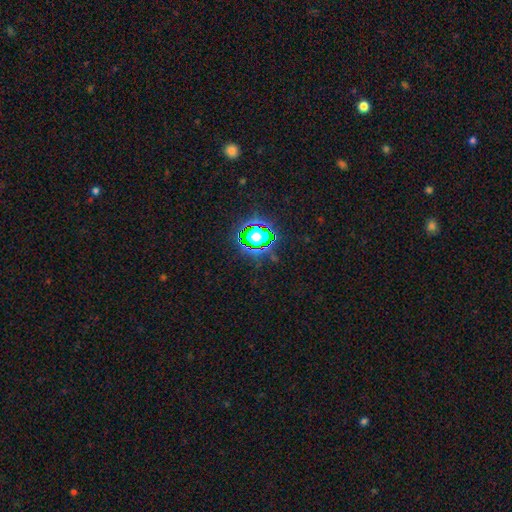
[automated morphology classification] Overall: star or artifact (81%).